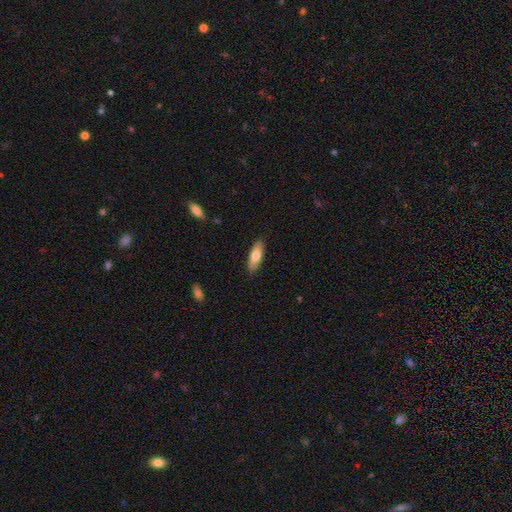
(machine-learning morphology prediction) Smooth or featured: smooth — 71% (featured or disk — 23%)
How rounded: in between — 55% (cigar-shaped — 43%)
Merging: none — 88% (minor disturbance — 9%)